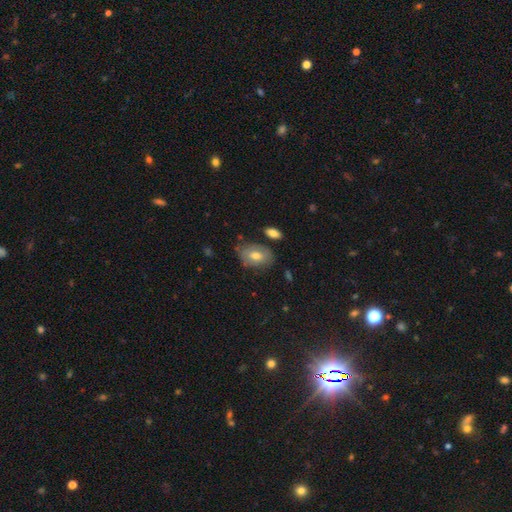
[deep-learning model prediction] The model was most divided on "smooth or featured": smooth: 63%, featured or disk: 30%, star or artifact: 8%. More confident: how rounded — in between (88%); merging — none (70%).